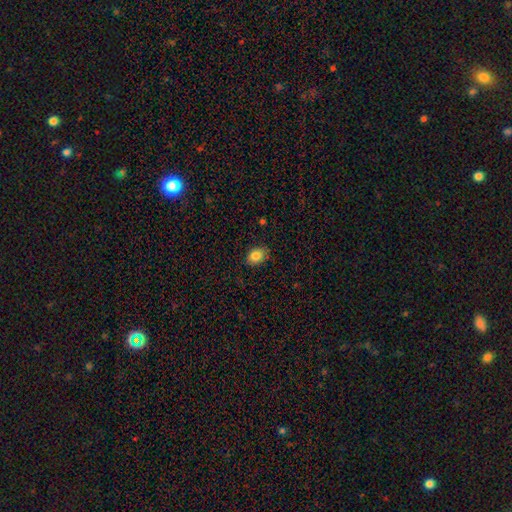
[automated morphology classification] smooth_or_featured: smooth (p=0.85) [alt: star or artifact p=0.09]
how_rounded: in between (p=0.67) [alt: round p=0.32]
merging: none (p=0.85) [alt: minor disturbance p=0.11]